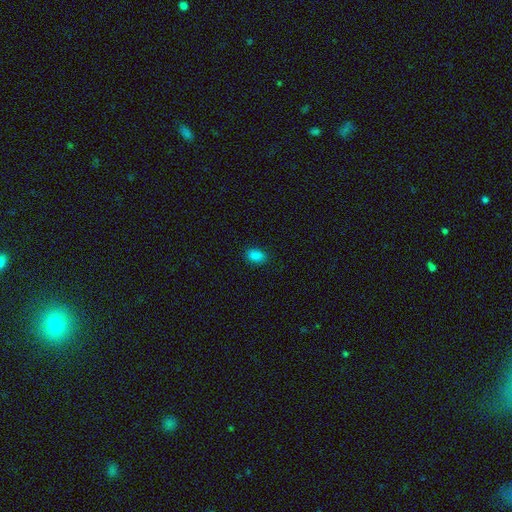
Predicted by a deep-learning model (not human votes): Overall: smooth (85%). How rounded: in between (85%). Merging: none (87%).